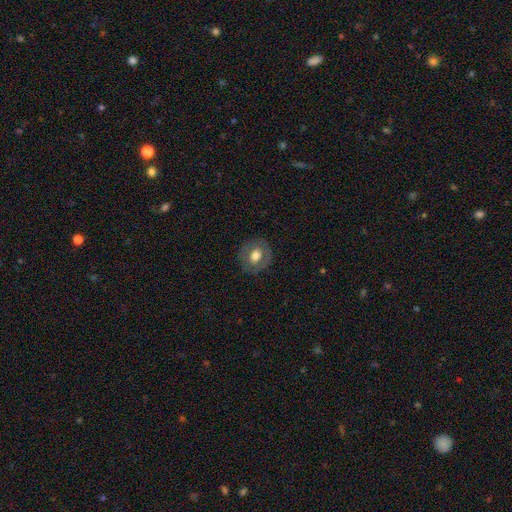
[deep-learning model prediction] smooth-or-featured: smooth: 59% | featured or disk: 33% | star or artifact: 8%
  how-rounded: round: 71% | in between: 28% | cigar-shaped: 1%
  merging: none: 83% | minor disturbance: 11% | major disturbance: 4% | merger: 1%